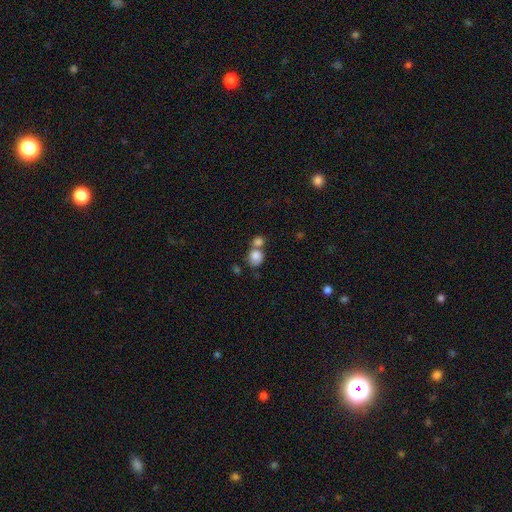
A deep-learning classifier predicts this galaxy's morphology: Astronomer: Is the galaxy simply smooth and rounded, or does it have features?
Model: smooth — 84%.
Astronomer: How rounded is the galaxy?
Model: round — 75%.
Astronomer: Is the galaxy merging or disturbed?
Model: merger — 47% (runner-up: none, 41%).